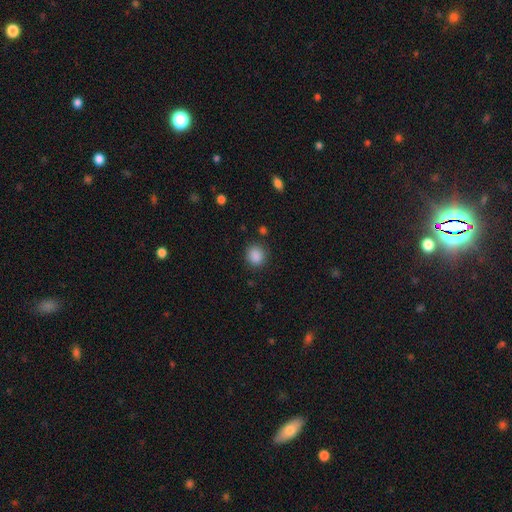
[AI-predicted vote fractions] Morphology: type=smooth (87%); roundness=round (86%); merging=none (87%).